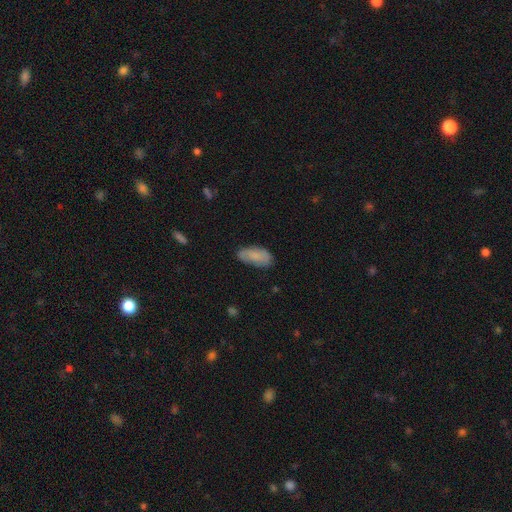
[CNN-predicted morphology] smooth 79%, featured or disk 14%, star or artifact 7%. Down the decision tree: how rounded — in between (90%); merging — none (76%).